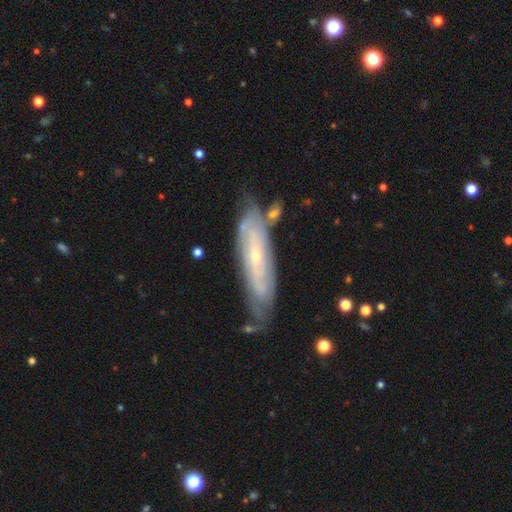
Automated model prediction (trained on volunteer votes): smooth-or-featured: featured or disk: 73% | smooth: 20% | star or artifact: 6%
  disk-edge-on: no: 72% | yes: 28%
    bar: no: 67% | weak: 25% | strong: 8%
    has-spiral-arms: yes: 81% | no: 19%
    bulge-size: small: 77% | moderate: 19% | none: 2% | large: 1% | dominant: 1%
  merging: none: 67% | minor disturbance: 22% | major disturbance: 6% | merger: 5%